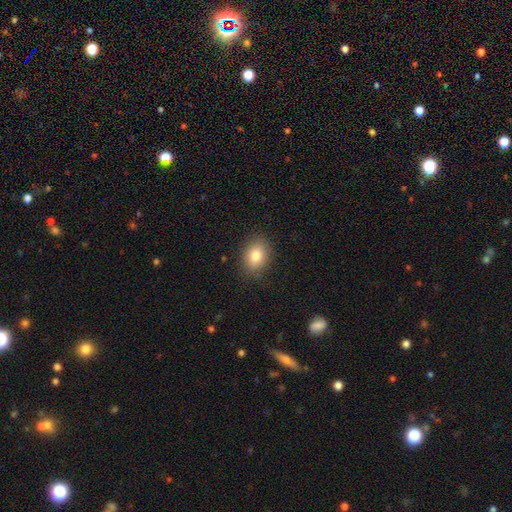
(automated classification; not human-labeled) smooth_or_featured: smooth (p=0.83) [alt: star or artifact p=0.09]
how_rounded: in between (p=0.72) [alt: round p=0.27]
merging: none (p=0.86) [alt: minor disturbance p=0.10]